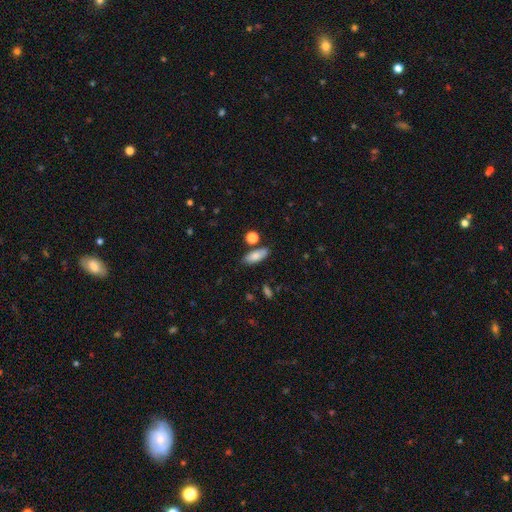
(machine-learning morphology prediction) smooth 81%, featured or disk 11%, star or artifact 8%. Down the decision tree: how rounded — in between (77%); merging — none (76%).